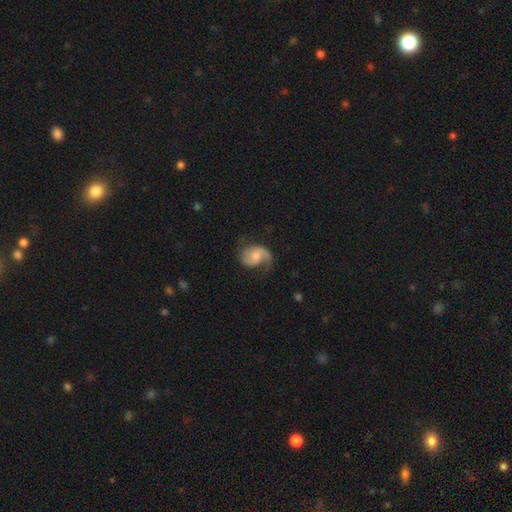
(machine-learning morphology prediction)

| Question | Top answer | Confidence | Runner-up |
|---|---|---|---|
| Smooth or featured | featured or disk | 71% | smooth (23%) |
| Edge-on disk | no | 98% | yes (2%) |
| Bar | no | 62% | weak (32%) |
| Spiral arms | yes | 94% | no (6%) |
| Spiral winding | medium | 43% | loose (40%) |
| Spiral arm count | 2 | 63% | 1 (30%) |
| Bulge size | moderate | 48% | small (32%) |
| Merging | none | 55% | minor disturbance (24%) |